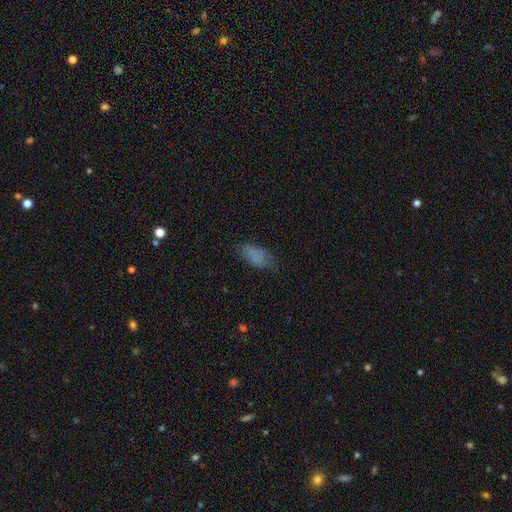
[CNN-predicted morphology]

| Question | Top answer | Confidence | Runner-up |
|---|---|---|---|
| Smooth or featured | smooth | 81% | star or artifact (10%) |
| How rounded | in between | 89% | cigar-shaped (8%) |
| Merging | none | 69% | minor disturbance (23%) |